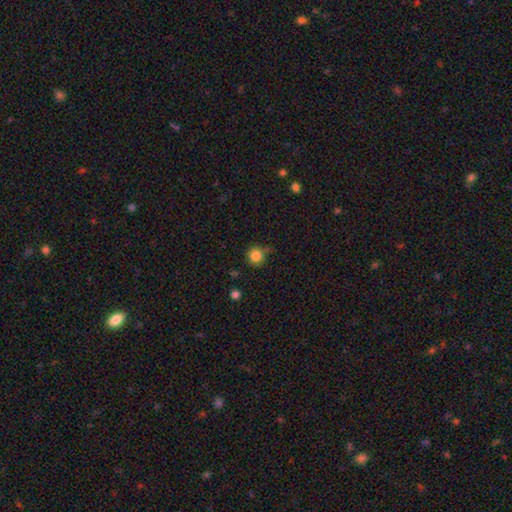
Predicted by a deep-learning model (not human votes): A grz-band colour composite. It shows a smooth galaxy with no disk features (84%) that is round (94%). Merging: none (77%).